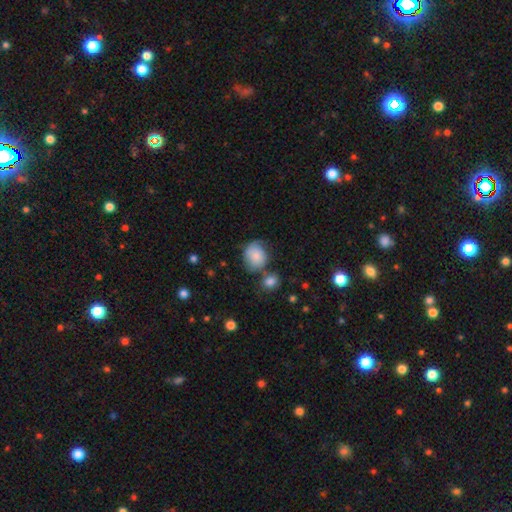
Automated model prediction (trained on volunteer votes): smooth_or_featured: smooth (p=0.79) [alt: featured or disk p=0.13]
how_rounded: round (p=0.70) [alt: in between p=0.29]
merging: none (p=0.53) [alt: minor disturbance p=0.25]